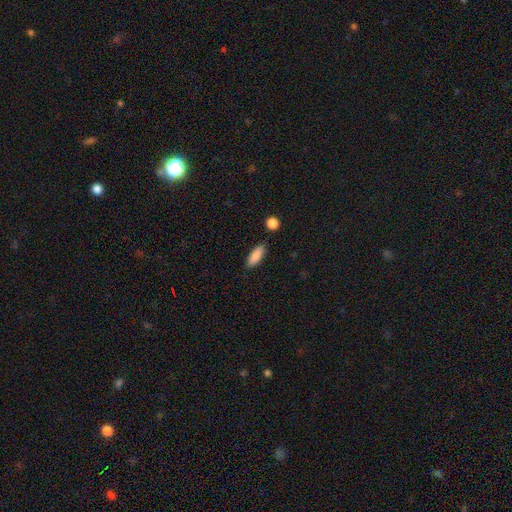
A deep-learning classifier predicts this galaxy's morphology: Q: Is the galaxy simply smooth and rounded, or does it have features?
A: smooth — 87%.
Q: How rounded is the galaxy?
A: in between — 63%.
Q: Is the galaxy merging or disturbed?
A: none — 85%.